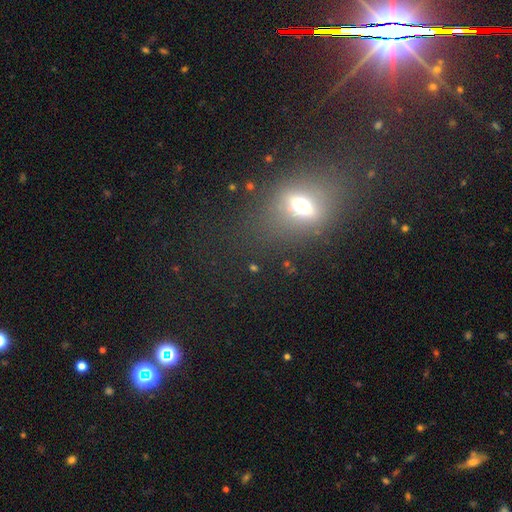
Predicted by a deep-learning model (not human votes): Smooth or featured? star or artifact (46%)